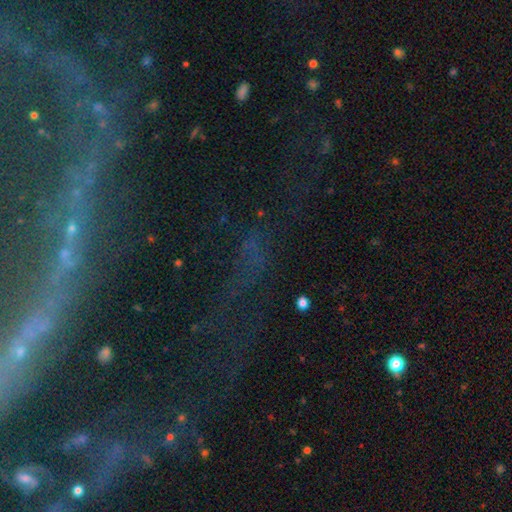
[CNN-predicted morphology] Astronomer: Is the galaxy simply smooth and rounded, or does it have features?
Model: star or artifact — 48% (runner-up: featured or disk, 37%).